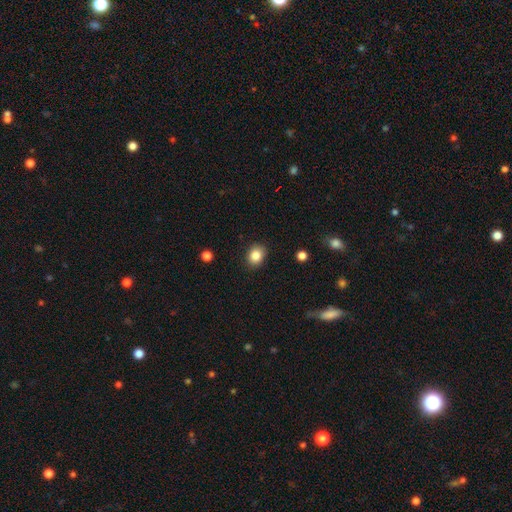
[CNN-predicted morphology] smooth-or-featured: smooth: 86% | star or artifact: 9% | featured or disk: 5%
  how-rounded: round: 54% | in between: 45% | cigar-shaped: 1%
  merging: none: 87% | minor disturbance: 9% | major disturbance: 2% | merger: 1%